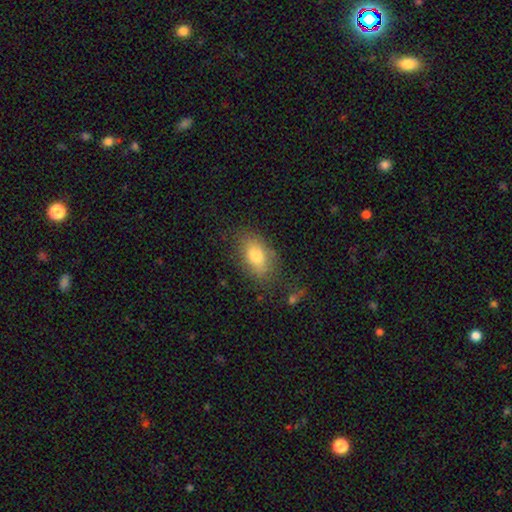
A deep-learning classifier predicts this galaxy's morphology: smooth_or_featured: smooth (p=0.75) [alt: featured or disk p=0.17]
how_rounded: in between (p=0.87) [alt: round p=0.09]
merging: none (p=0.73) [alt: minor disturbance p=0.19]